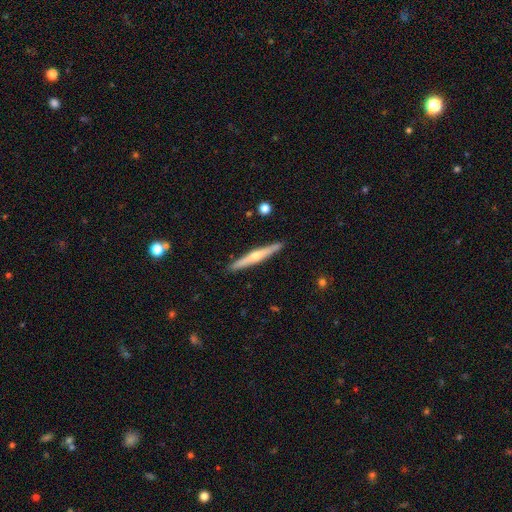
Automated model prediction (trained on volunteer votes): Overall: featured or disk (65%; smooth 29%). Edge-on disk: yes (97%). Edge-on bulge: rounded (83%). Merging: none (91%).